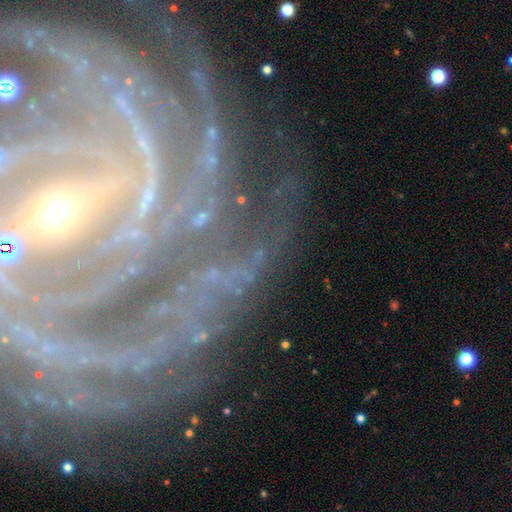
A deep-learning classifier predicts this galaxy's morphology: Smooth or featured? Predicted: featured or disk (p=0.77). Edge-on disk? Predicted: no (p=0.94). Bar? Predicted: strong (p=0.46). Spiral arms? Predicted: yes (p=0.94). Spiral winding? Predicted: tight (p=0.68). Spiral arm count? Predicted: can't tell (p=0.23). Bulge size? Predicted: small (p=0.67). Merging? Predicted: none (p=0.70).